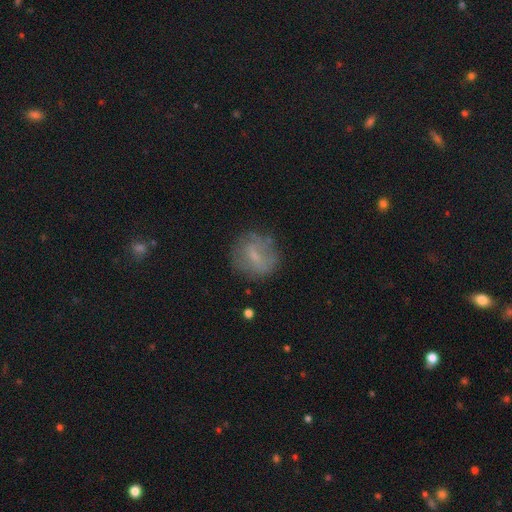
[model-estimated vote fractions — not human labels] Smooth or featured?
  - smooth: 52% *
  - featured or disk: 37%
  - star or artifact: 11%
How rounded?
  - round: 79% *
  - in between: 20%
  - cigar-shaped: 2%
Merging?
  - none: 69% *
  - minor disturbance: 19%
  - major disturbance: 9%
  - merger: 2%